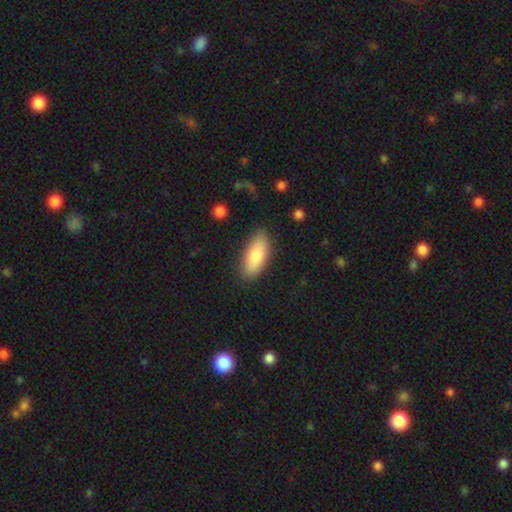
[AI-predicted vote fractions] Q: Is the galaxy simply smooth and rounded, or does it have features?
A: smooth — 80%.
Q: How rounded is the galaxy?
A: in between — 82%.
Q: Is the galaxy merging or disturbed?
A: none — 86%.